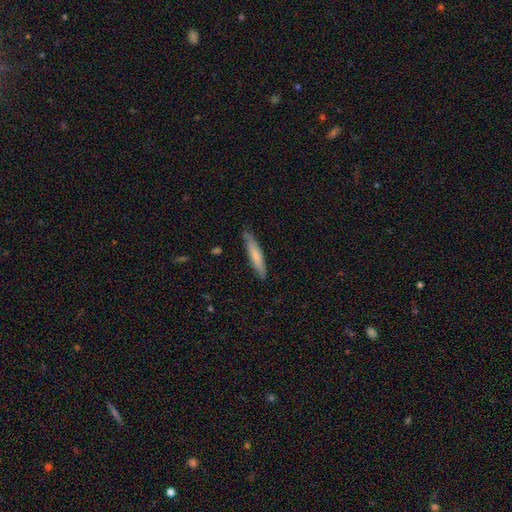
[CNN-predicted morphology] This is likely a smooth galaxy (67%). How rounded: clearly cigar-shaped (91%). Merging: clearly none (83%).